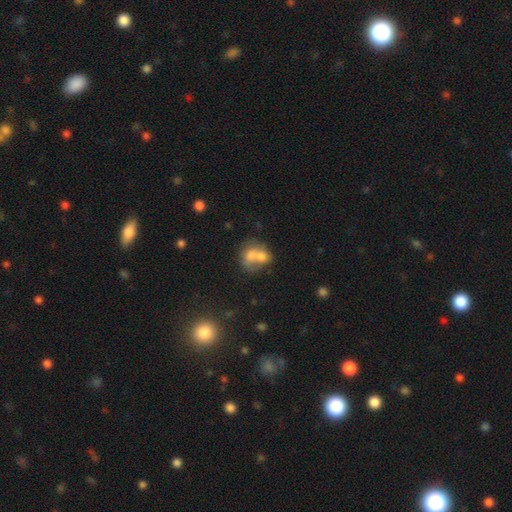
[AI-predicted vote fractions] Smooth or featured?
  - smooth: 65% *
  - featured or disk: 25%
  - star or artifact: 10%
How rounded?
  - in between: 53% *
  - round: 46%
  - cigar-shaped: 1%
Merging?
  - merger: 70% *
  - none: 16%
  - minor disturbance: 7%
  - major disturbance: 7%